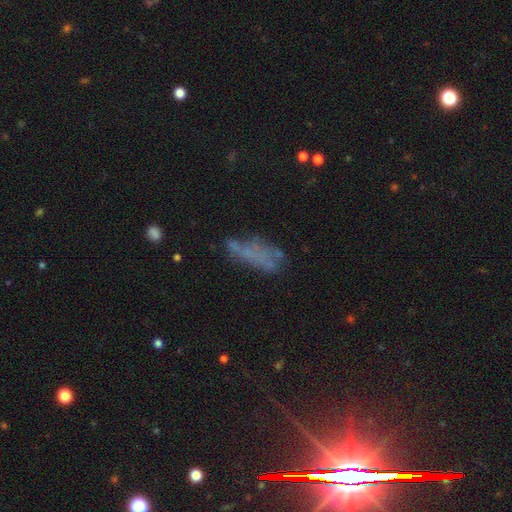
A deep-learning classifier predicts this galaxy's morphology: smooth-or-featured: smooth: 39% | star or artifact: 32% | featured or disk: 29%
  merging: none: 50% | minor disturbance: 22% | major disturbance: 21% | merger: 7%